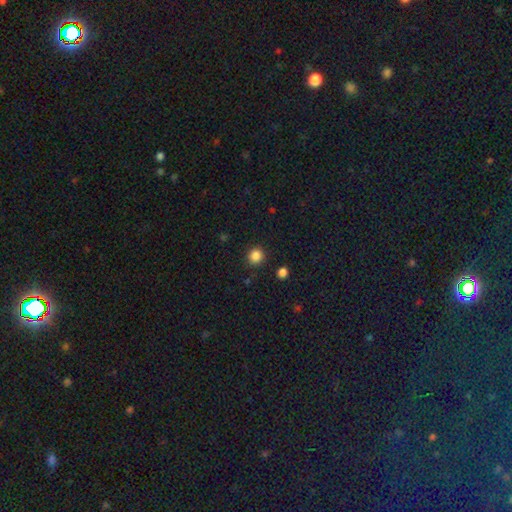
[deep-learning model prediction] Smooth or featured?
  - smooth: 85% *
  - star or artifact: 12%
  - featured or disk: 3%
How rounded?
  - round: 90% *
  - in between: 9%
  - cigar-shaped: 1%
Merging?
  - none: 89% *
  - minor disturbance: 7%
  - major disturbance: 2%
  - merger: 2%